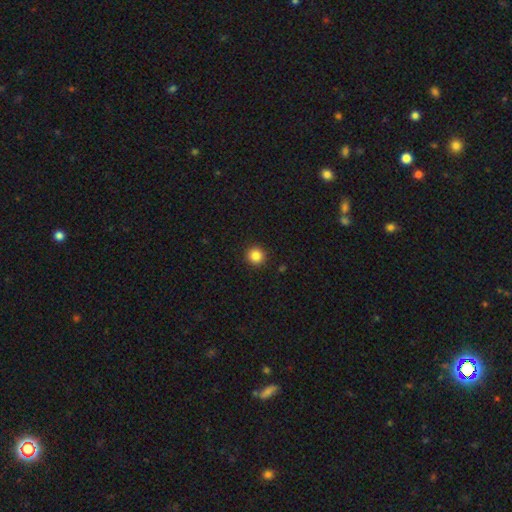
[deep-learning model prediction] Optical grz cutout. It shows a smooth galaxy with no disk features (85%) that is round (95%). Merging: none (93%).